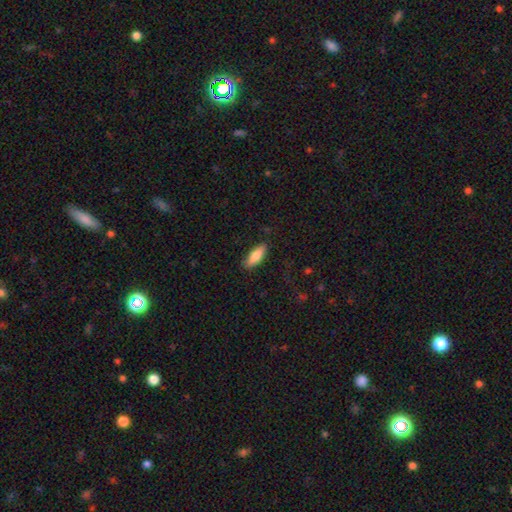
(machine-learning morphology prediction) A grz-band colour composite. It shows a smooth galaxy with no disk features (81%) that is in between round and cigar-shaped (55%). Merging: none (84%).